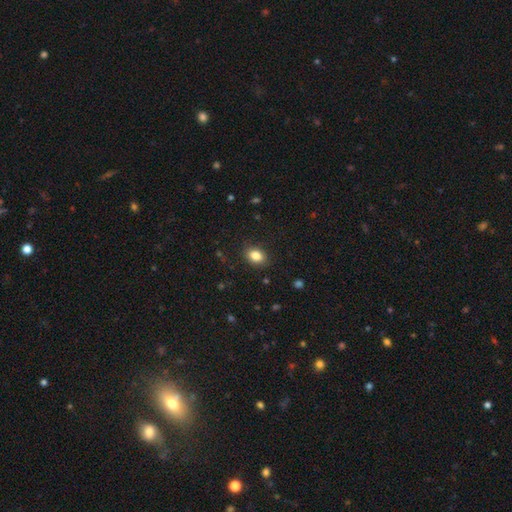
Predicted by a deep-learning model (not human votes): The model was most divided on "how rounded": in between: 68%, round: 31%, cigar-shaped: 1%. More confident: merging — none (87%); smooth or featured — smooth (84%).